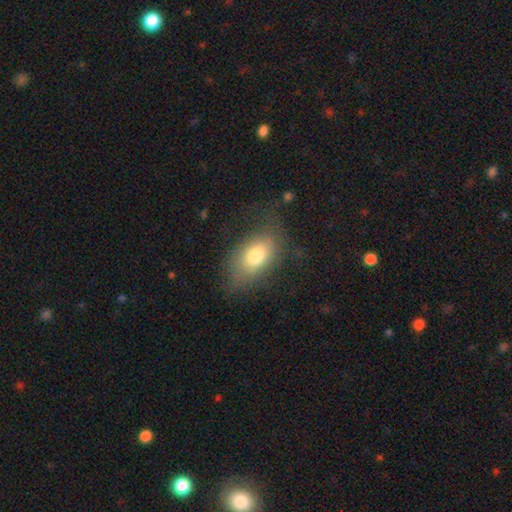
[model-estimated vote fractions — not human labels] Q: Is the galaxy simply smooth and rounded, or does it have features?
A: smooth — 73%.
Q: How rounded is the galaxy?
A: in between — 86%.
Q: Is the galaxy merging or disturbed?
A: none — 63%.